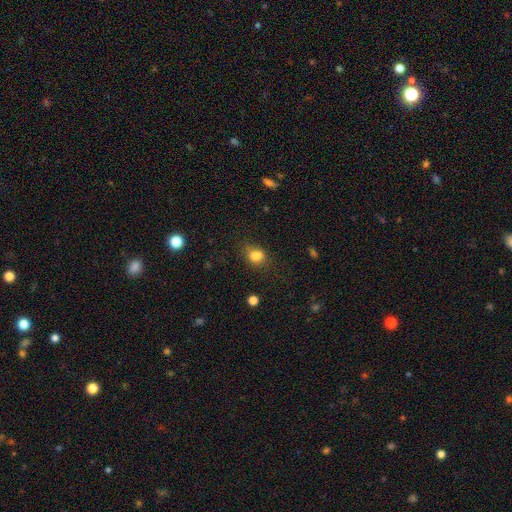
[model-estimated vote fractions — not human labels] Morphology: type=smooth (80%); roundness=in between (54%); merging=none (63%).